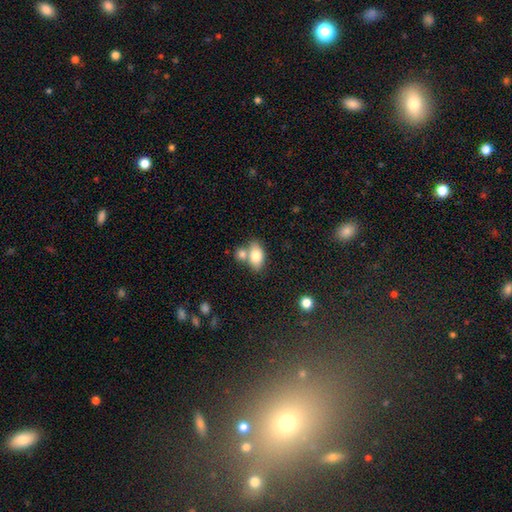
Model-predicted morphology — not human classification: Overall: smooth (78%). How rounded: in between (87%). Merging: none (47%; merger 37%).